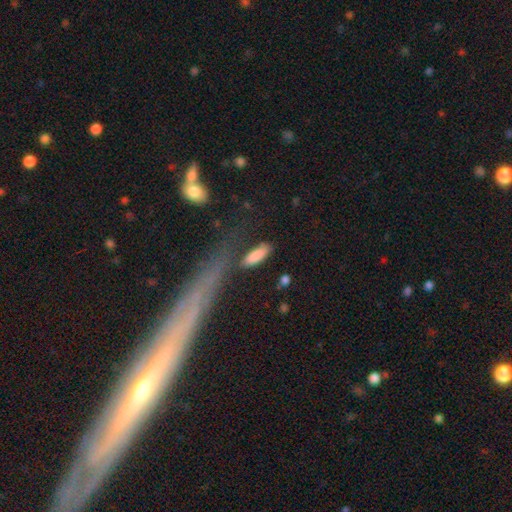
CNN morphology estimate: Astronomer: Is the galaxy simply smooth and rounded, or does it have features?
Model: smooth — 85%.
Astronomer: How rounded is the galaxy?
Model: in between — 55% (runner-up: cigar-shaped, 43%).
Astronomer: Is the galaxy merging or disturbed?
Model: none — 68%.